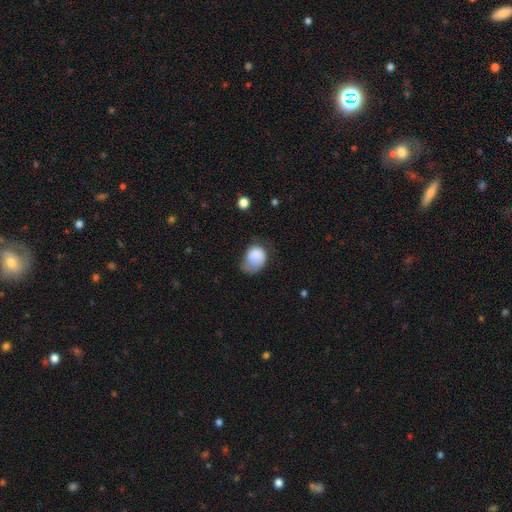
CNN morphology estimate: This is likely a smooth galaxy (80%). How rounded: possibly in between (59%). Merging: marginally minor disturbance (38%).